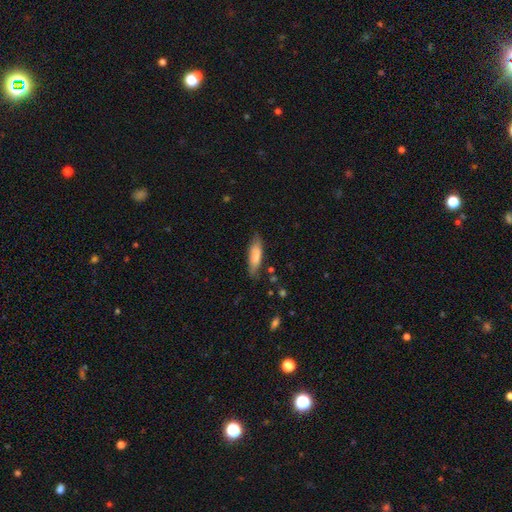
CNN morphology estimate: Smooth or featured? Predicted: smooth (p=0.78). How rounded? Predicted: cigar-shaped (p=0.61). Merging? Predicted: none (p=0.80).